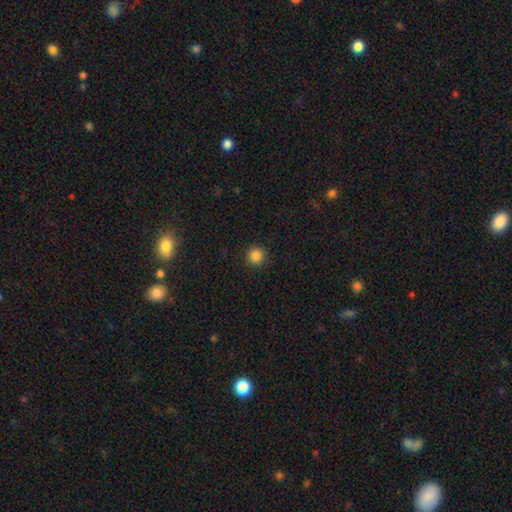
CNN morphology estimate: A smooth galaxy with no disk features (86%) that is round (95%).

Vote fractions:
- Smooth or featured? smooth: 86% / star or artifact: 11% / featured or disk: 3%
- How rounded? round: 95% / in between: 4% / cigar-shaped: 1%
- Merging? none: 92% / minor disturbance: 5% / major disturbance: 2% / merger: 1%